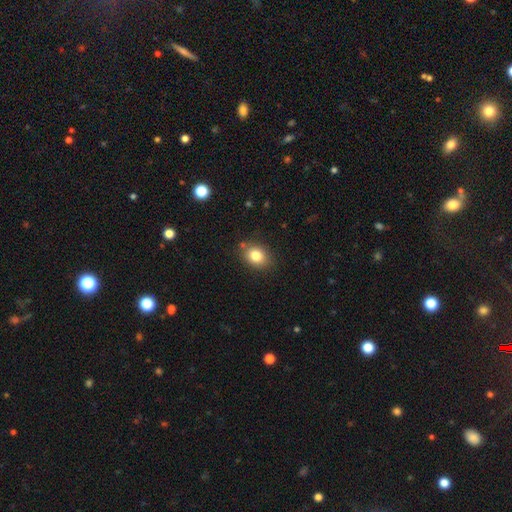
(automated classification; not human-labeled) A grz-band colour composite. It shows a smooth galaxy with no disk features (82%) that is in between round and cigar-shaped (57%). Merging: none (82%).